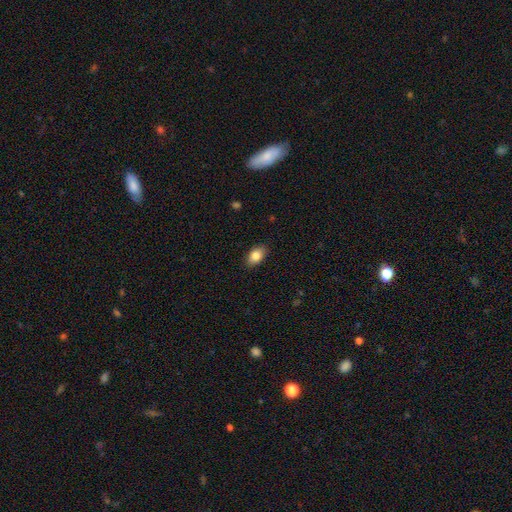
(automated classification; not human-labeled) smooth_or_featured: smooth (p=0.84) [alt: featured or disk p=0.08]
how_rounded: in between (p=0.89) [alt: round p=0.09]
merging: none (p=0.87) [alt: minor disturbance p=0.10]